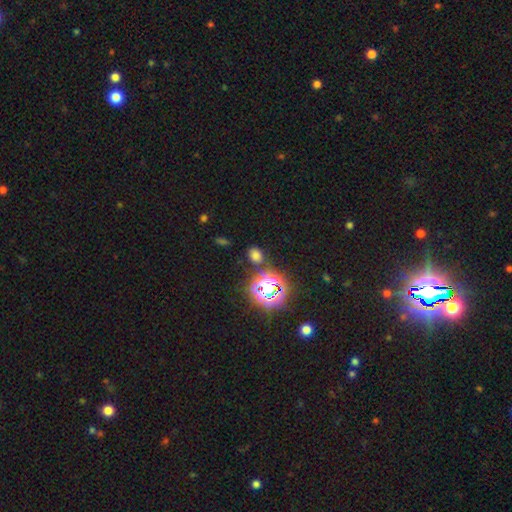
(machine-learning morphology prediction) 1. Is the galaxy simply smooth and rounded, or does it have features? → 59% smooth, 35% star or artifact, 6% featured or disk.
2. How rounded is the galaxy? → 52% in between, 46% round, 2% cigar-shaped.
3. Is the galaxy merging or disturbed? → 79% none, 11% minor disturbance, 6% merger, 4% major disturbance.